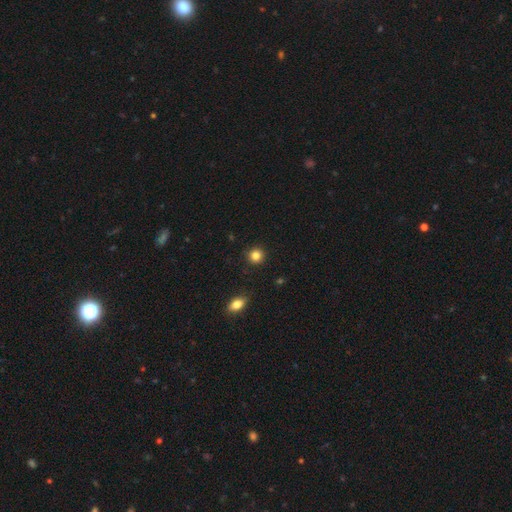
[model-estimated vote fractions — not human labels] A smooth galaxy with no disk features (84%) that is round (92%).

Vote fractions:
- Smooth or featured? smooth: 84% / star or artifact: 11% / featured or disk: 4%
- How rounded? round: 92% / in between: 7% / cigar-shaped: 1%
- Merging? none: 91% / minor disturbance: 6% / major disturbance: 2% / merger: 1%